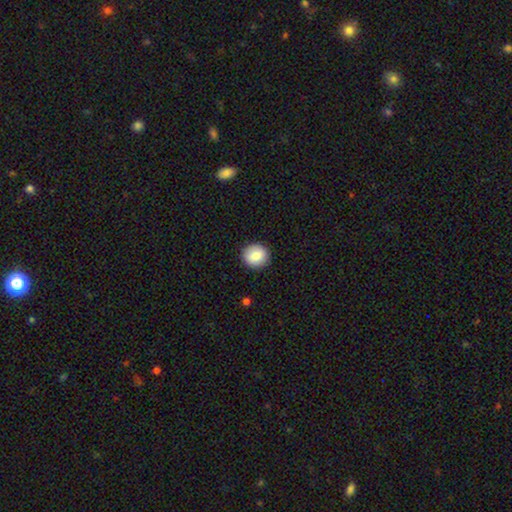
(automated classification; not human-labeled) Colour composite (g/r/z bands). It shows a smooth galaxy with no disk features (85%) that is round (85%). Merging: none (90%).